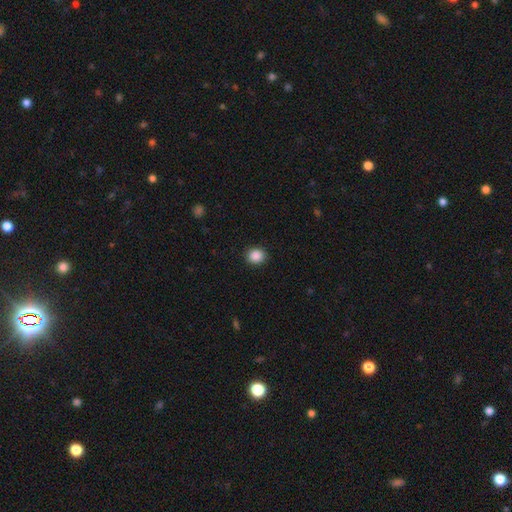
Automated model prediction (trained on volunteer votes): smooth_or_featured: smooth (p=0.88) [alt: star or artifact p=0.09]
how_rounded: round (p=0.78) [alt: in between p=0.21]
merging: none (p=0.91) [alt: minor disturbance p=0.06]